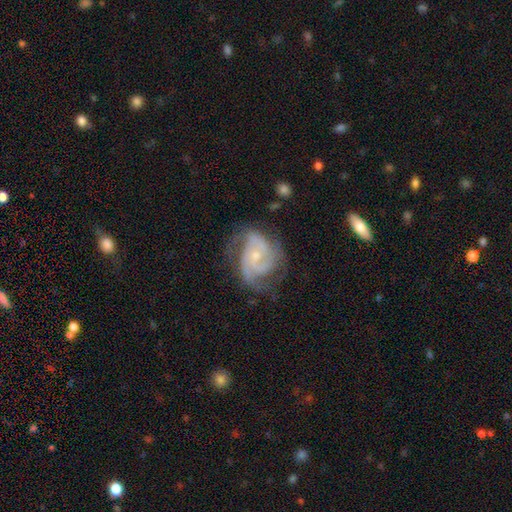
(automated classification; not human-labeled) smooth-or-featured: featured or disk: 88% | smooth: 7% | star or artifact: 5%
  disk-edge-on: no: 98% | yes: 2%
    bar: no: 65% | weak: 29% | strong: 7%
    has-spiral-arms: yes: 97% | no: 3%
      spiral-winding: medium: 45% | tight: 44% | loose: 11%
      spiral-arm-count: 3: 39% | 2: 33% | can't tell: 13% | 4: 7% | 1: 4% | more than 4: 4%
    bulge-size: small: 70% | moderate: 26% | none: 3% | large: 1% | dominant: 1%
  merging: none: 61% | minor disturbance: 23% | major disturbance: 14% | merger: 2%